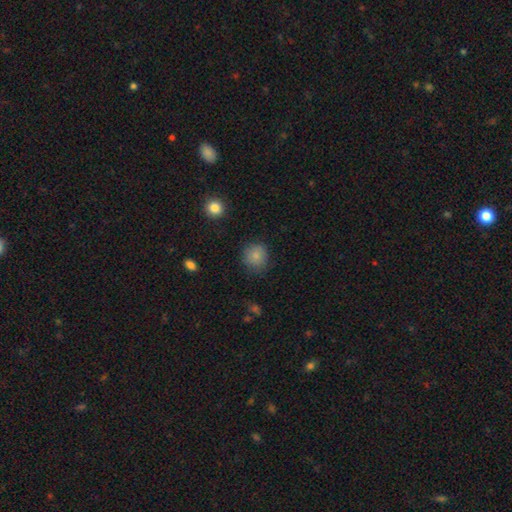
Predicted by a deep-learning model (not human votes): smooth_or_featured: smooth (p=0.85) [alt: star or artifact p=0.10]
how_rounded: round (p=0.86) [alt: in between p=0.13]
merging: none (p=0.81) [alt: minor disturbance p=0.14]